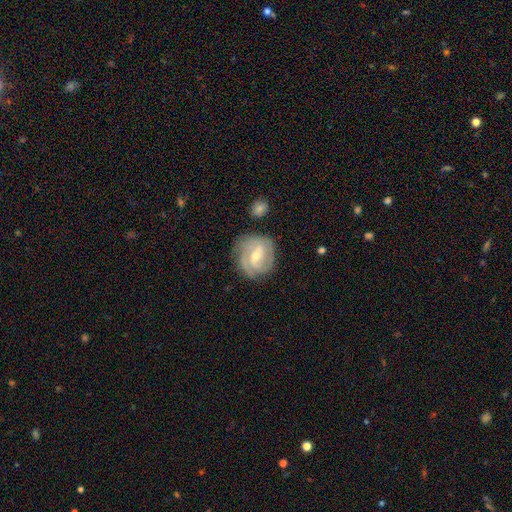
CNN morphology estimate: featured or disk 82%, smooth 12%, star or artifact 6%. Down the decision tree: edge-on disk — no (97%); bar — weak (50%); spiral arms — yes (94%); spiral arm count — 3 (33%); spiral winding — tight (60%); bulge size — moderate (50%); merging — none (78%).